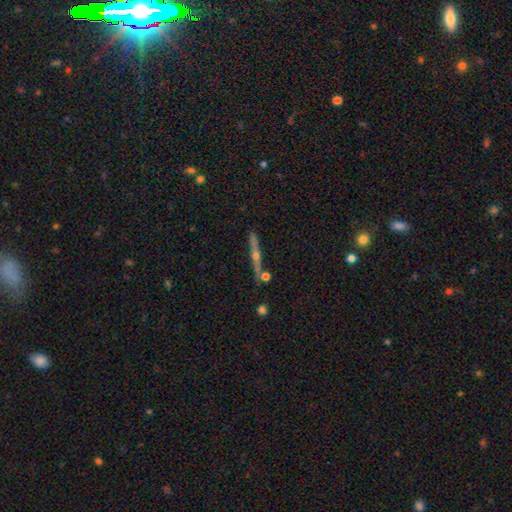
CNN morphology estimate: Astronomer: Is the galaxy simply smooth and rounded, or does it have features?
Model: featured or disk — 59%.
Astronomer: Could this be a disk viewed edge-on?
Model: yes — 87%.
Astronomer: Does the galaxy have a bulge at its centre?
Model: rounded — 80%.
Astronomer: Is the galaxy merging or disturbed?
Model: none — 70%.